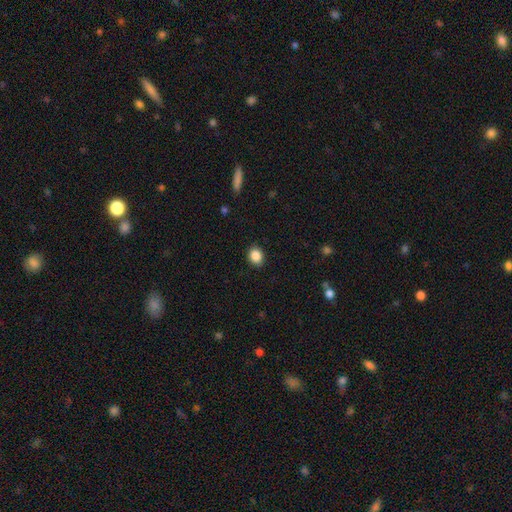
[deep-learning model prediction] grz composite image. It shows a smooth galaxy with no disk features (88%) that is round (55%). Merging: none (89%).